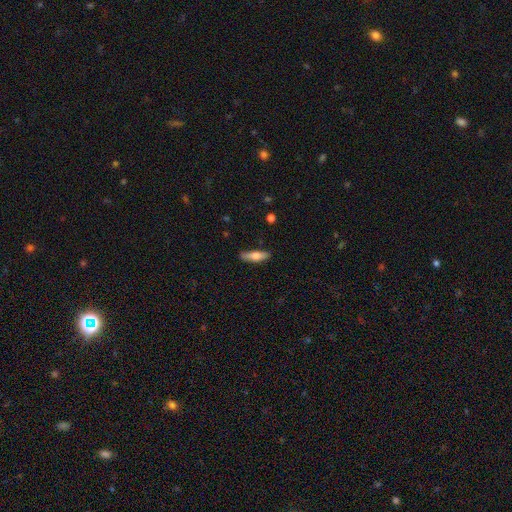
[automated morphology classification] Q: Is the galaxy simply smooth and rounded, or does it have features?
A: smooth — 65%.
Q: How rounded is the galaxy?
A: cigar-shaped — 65%.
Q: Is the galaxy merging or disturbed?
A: none — 84%.